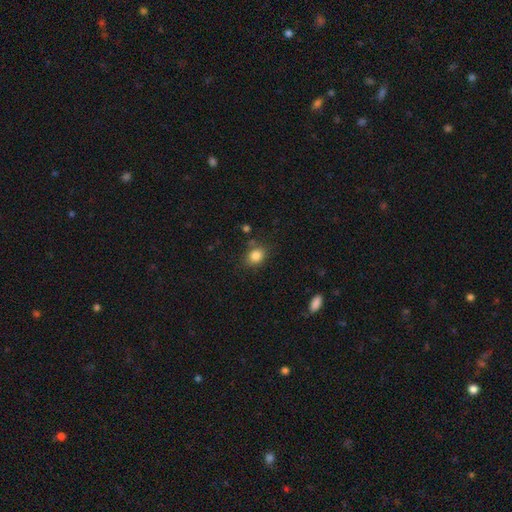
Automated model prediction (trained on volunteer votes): Smooth or featured: smooth — 84% (star or artifact — 10%)
How rounded: in between — 50% (round — 49%)
Merging: none — 77% (minor disturbance — 14%)